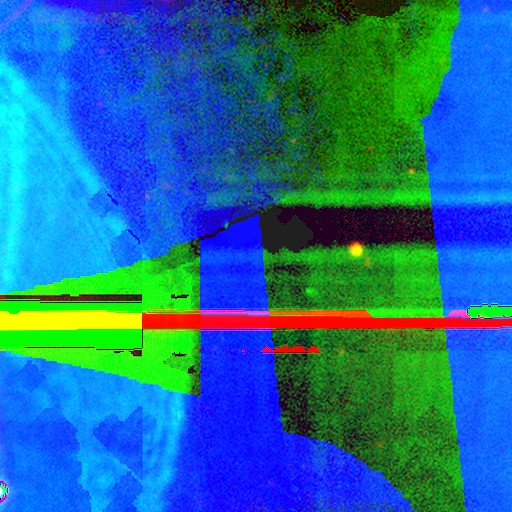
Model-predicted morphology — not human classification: Smooth or featured? Predicted: star or artifact (p=0.87).